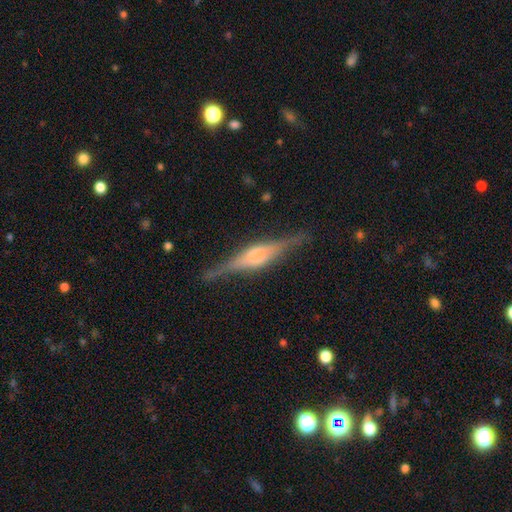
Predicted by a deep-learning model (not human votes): The model was most divided on "edge-on bulge": rounded: 58%, boxy: 36%, none: 6%. More confident: edge-on disk — yes (97%); merging — none (81%); smooth or featured — featured or disk (81%).